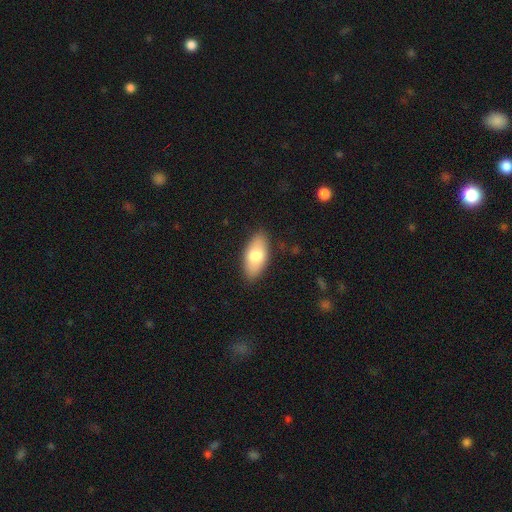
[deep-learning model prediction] Q: Smooth or featured?
A: smooth (76%); runner-up: featured or disk (18%)
Q: How rounded?
A: in between (90%); runner-up: cigar-shaped (7%)
Q: Merging?
A: none (86%); runner-up: minor disturbance (11%)